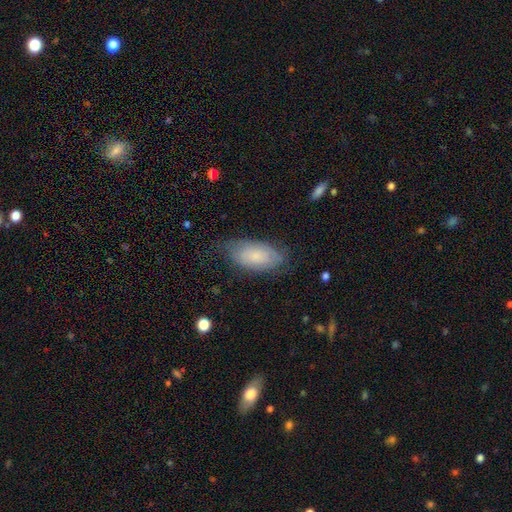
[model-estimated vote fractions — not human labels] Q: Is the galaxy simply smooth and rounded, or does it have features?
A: smooth — 64%.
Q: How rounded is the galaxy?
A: in between — 92%.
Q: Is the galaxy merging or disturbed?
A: none — 66%.